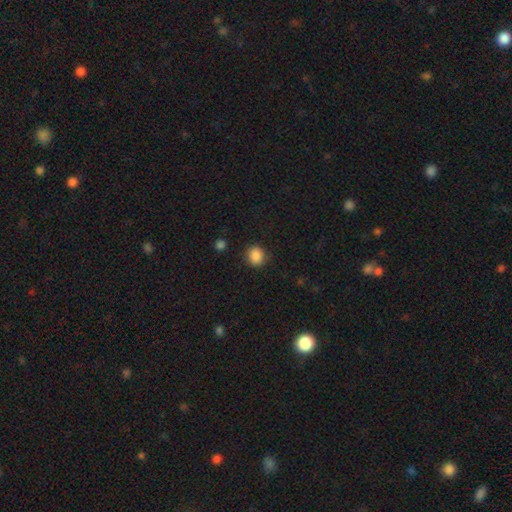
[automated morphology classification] This is clearly a smooth galaxy (88%). How rounded: clearly round (82%). Merging: clearly none (88%).